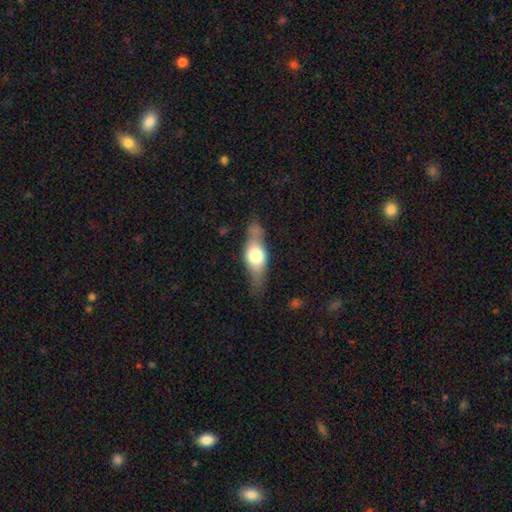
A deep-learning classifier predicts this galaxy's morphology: smooth_or_featured: smooth (p=0.48) [alt: featured or disk p=0.46]
merging: none (p=0.61) [alt: minor disturbance p=0.24]